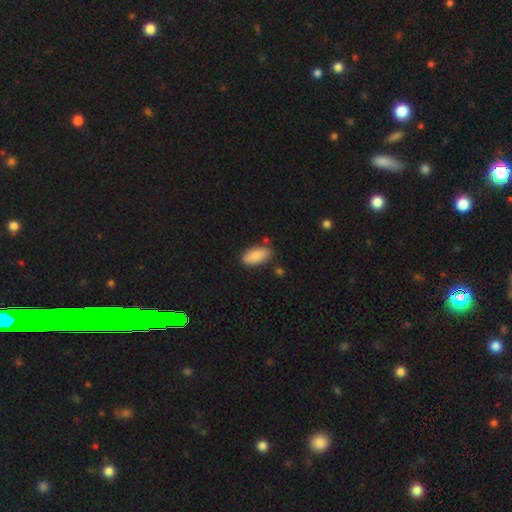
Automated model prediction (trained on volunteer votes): A smooth galaxy with no disk features (86%) that is in between round and cigar-shaped (89%).

Vote fractions:
- Smooth or featured? smooth: 86% / featured or disk: 7% / star or artifact: 6%
- How rounded? in between: 89% / cigar-shaped: 9% / round: 2%
- Merging? none: 80% / minor disturbance: 14% / merger: 3% / major disturbance: 3%